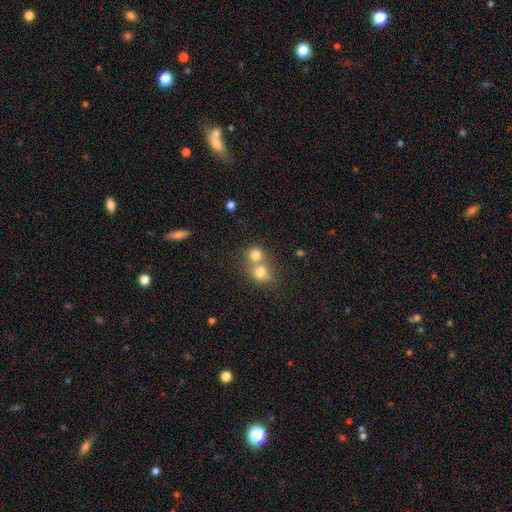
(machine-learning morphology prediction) A smooth galaxy with no disk features (77%) that is round (80%).

Vote fractions:
- Smooth or featured? smooth: 77% / star or artifact: 12% / featured or disk: 11%
- How rounded? round: 80% / in between: 19% / cigar-shaped: 1%
- Merging? merger: 57% / none: 35% / minor disturbance: 5% / major disturbance: 3%